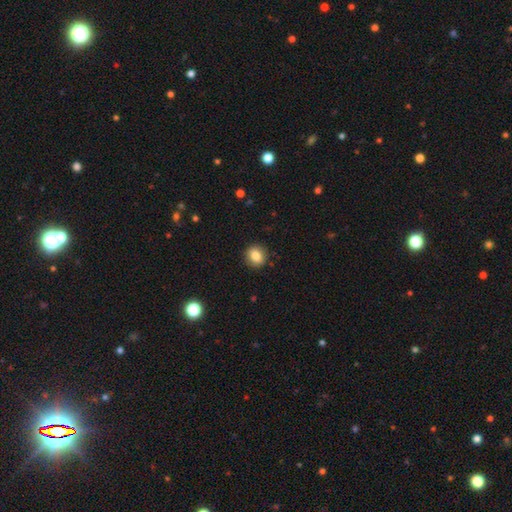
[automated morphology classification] type=smooth (84%); roundness=round (76%); merging=none (89%).